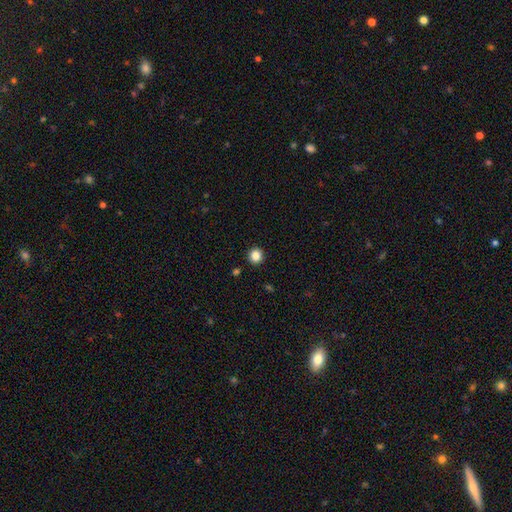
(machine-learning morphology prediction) smooth-or-featured: smooth: 85% | star or artifact: 11% | featured or disk: 4%
  how-rounded: round: 93% | in between: 6% | cigar-shaped: 1%
  merging: none: 93% | minor disturbance: 4% | major disturbance: 2% | merger: 1%